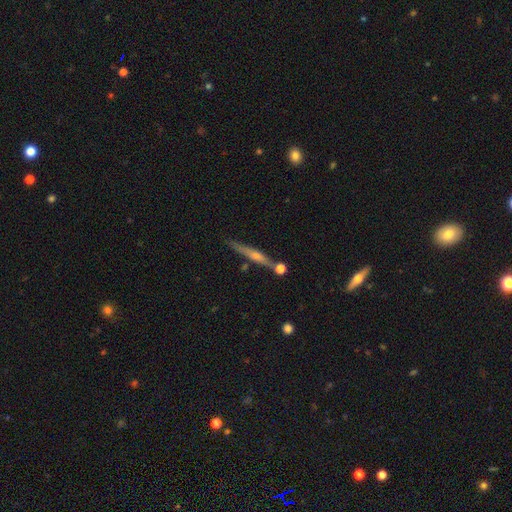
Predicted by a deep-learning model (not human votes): Morphology: type=featured or disk (65%); edge-on=yes (97%); edge-on bulge=rounded (68%); merging=none (78%).